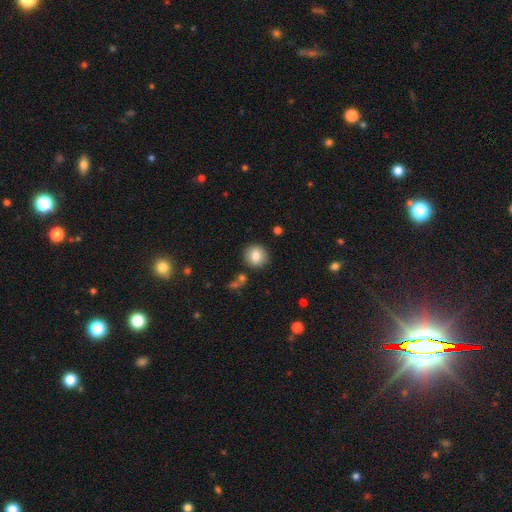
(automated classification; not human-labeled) Smooth or featured? Predicted: smooth (p=0.82). How rounded? Predicted: round (p=0.90). Merging? Predicted: none (p=0.88).